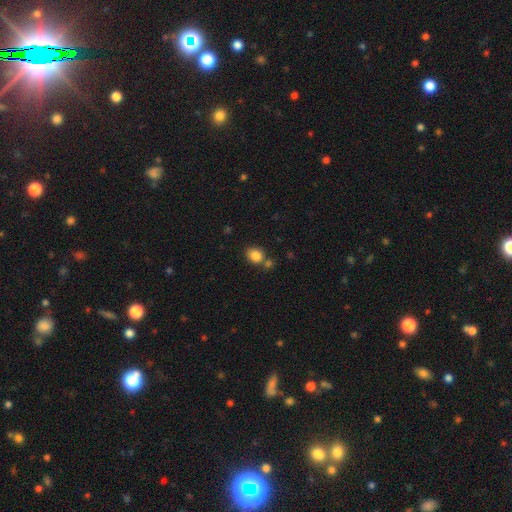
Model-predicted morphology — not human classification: Smooth or featured: smooth — 85% (star or artifact — 10%)
How rounded: round — 61% (in between — 38%)
Merging: none — 66% (merger — 18%)